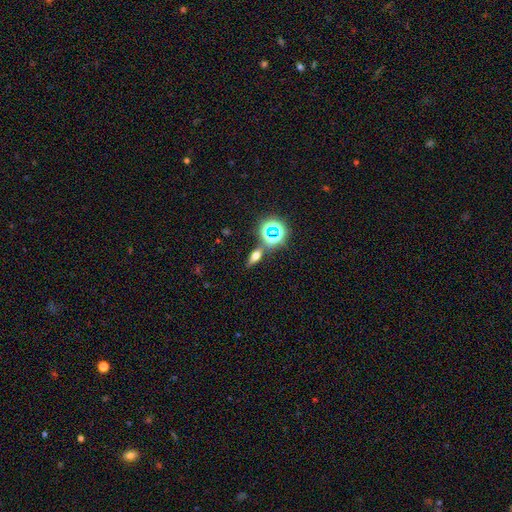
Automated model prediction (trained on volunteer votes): Smooth or featured? smooth (44%)
Merging? none (80%)